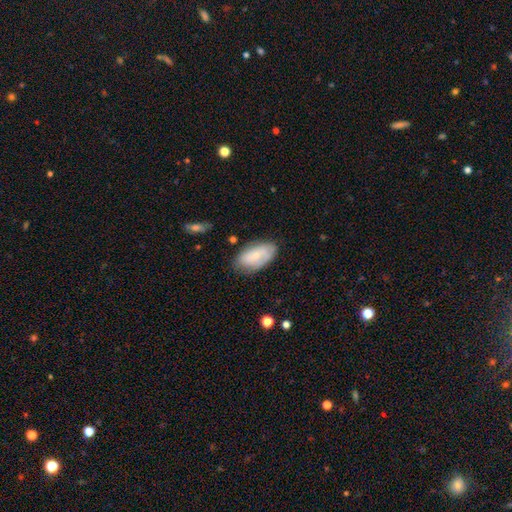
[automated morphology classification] Overall: smooth (56%; featured or disk 37%). How rounded: in between (94%). Merging: none (74%).